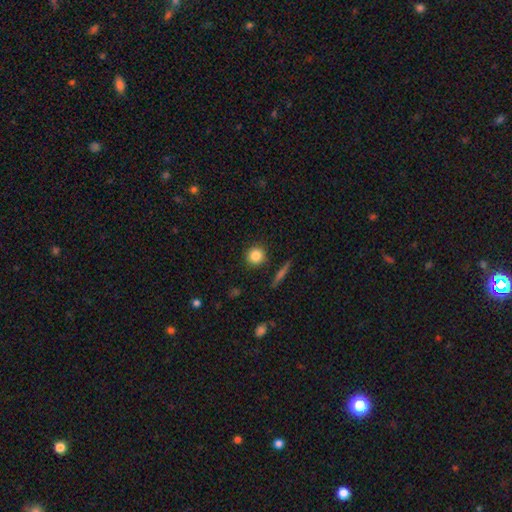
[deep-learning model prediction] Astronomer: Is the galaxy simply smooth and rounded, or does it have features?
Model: smooth — 84%.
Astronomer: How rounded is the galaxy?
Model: round — 92%.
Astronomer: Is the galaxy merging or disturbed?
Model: none — 89%.